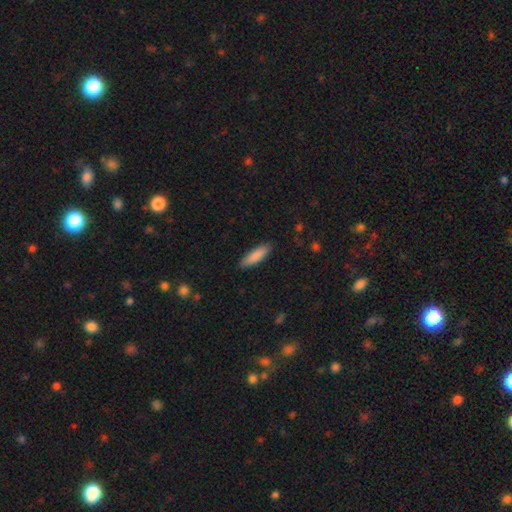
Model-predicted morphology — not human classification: The model was most divided on "how rounded": cigar-shaped: 60%, in between: 39%, round: 1%. More confident: merging — none (88%); smooth or featured — smooth (87%).